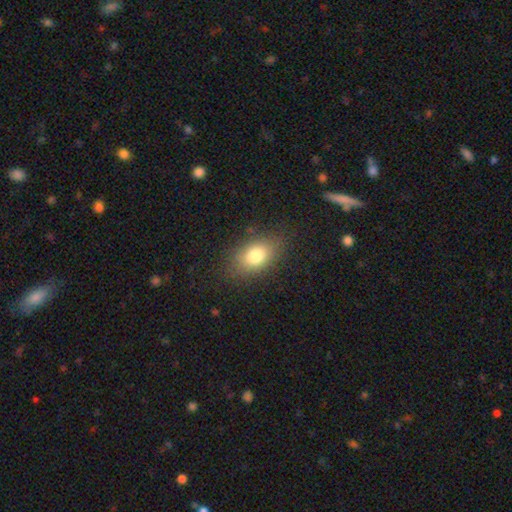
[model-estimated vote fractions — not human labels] This appears to be a smooth galaxy with no disk features (78%) that is in between round and cigar-shaped (83%). Merging: none (82%).